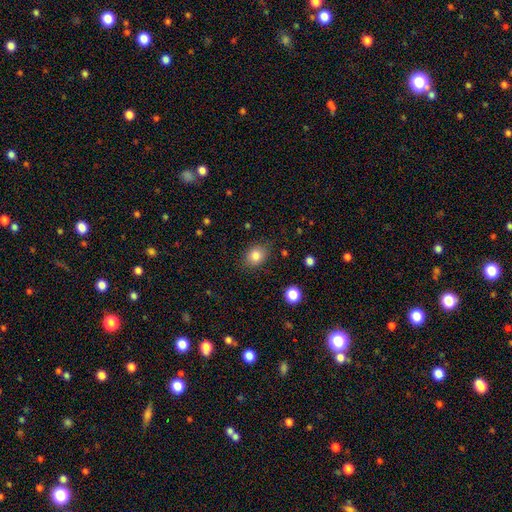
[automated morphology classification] The model was most divided on "how rounded": round: 50%, in between: 49%, cigar-shaped: 1%. More confident: smooth or featured — smooth (83%); merging — none (81%).